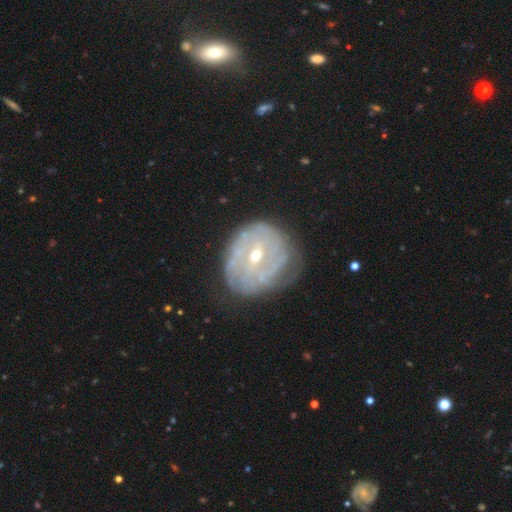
featured or disk 66%, smooth 24%, star or artifact 11%. Down the decision tree: edge-on disk — no (100%); bar — no (56%); spiral arms — yes (56%); spiral arm count — can't tell (57%); spiral winding — tight (79%); bulge size — small (72%); merging — minor disturbance (41%).